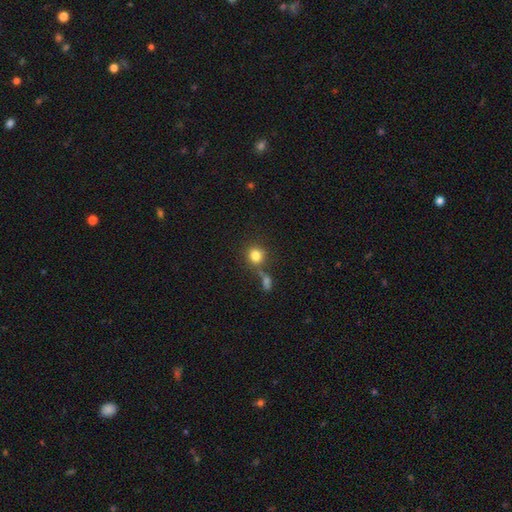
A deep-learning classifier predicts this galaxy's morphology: type=smooth (81%); roundness=round (88%); merging=none (67%).